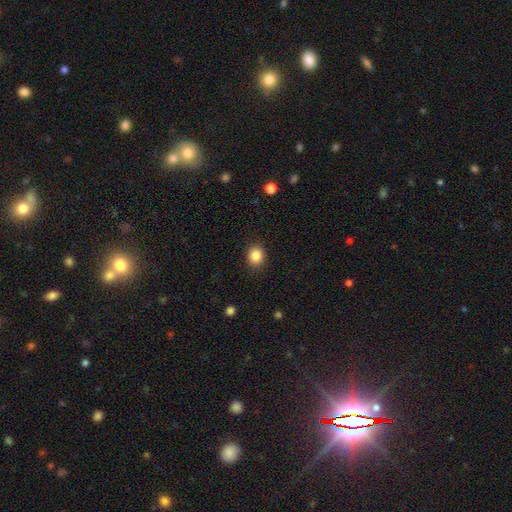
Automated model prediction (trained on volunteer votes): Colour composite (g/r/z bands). It shows a smooth galaxy with no disk features (86%) that is round (69%). Merging: none (88%).